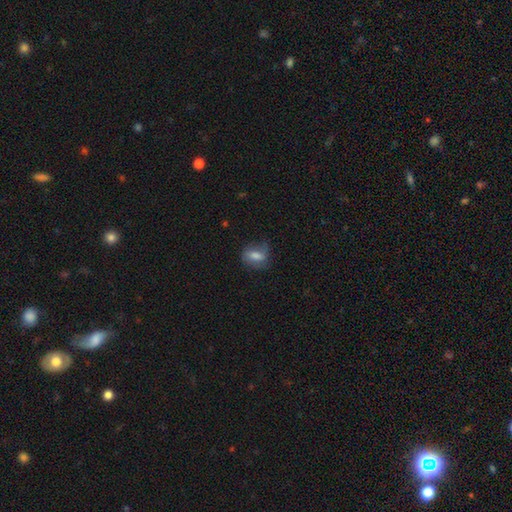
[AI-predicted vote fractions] A smooth galaxy with no disk features (66%) that is in between round and cigar-shaped (70%). Merging: none (58%).